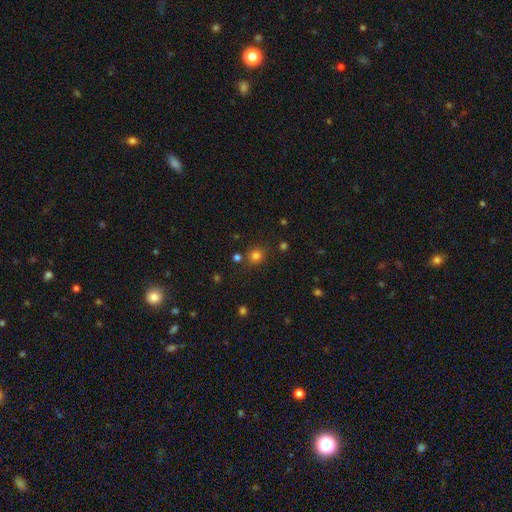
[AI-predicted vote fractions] This appears to be a smooth galaxy with no disk features (79%) that is round (86%). Merging: none (81%).